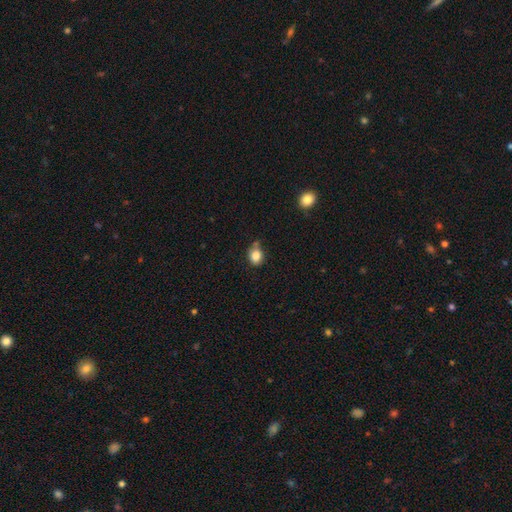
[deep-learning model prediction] Smooth or featured: smooth — 84% (star or artifact — 10%)
How rounded: round — 54% (in between — 45%)
Merging: none — 60% (minor disturbance — 26%)